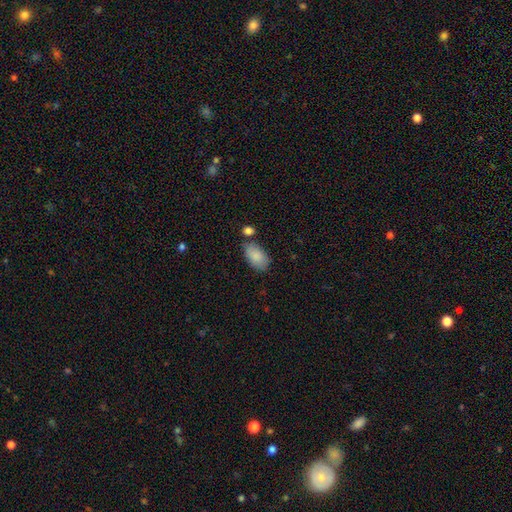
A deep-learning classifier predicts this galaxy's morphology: type=smooth (87%); roundness=in between (94%); merging=none (67%).